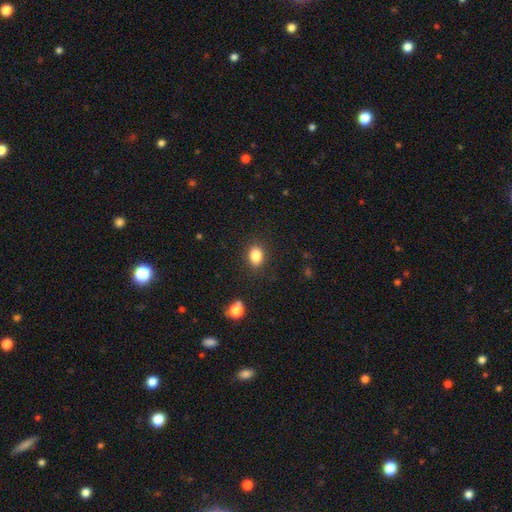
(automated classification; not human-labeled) Q: Smooth or featured?
A: smooth (84%); runner-up: star or artifact (11%)
Q: How rounded?
A: in between (62%); runner-up: round (37%)
Q: Merging?
A: none (86%); runner-up: minor disturbance (10%)